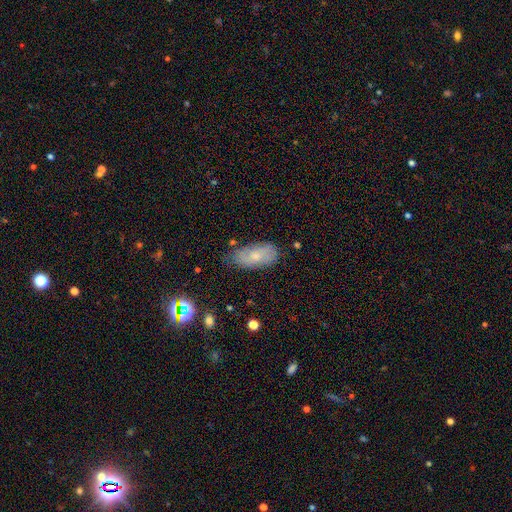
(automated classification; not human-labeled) smooth-or-featured: smooth: 59% | featured or disk: 32% | star or artifact: 9%
  how-rounded: in between: 90% | cigar-shaped: 6% | round: 4%
  merging: none: 66% | minor disturbance: 26% | major disturbance: 5% | merger: 3%